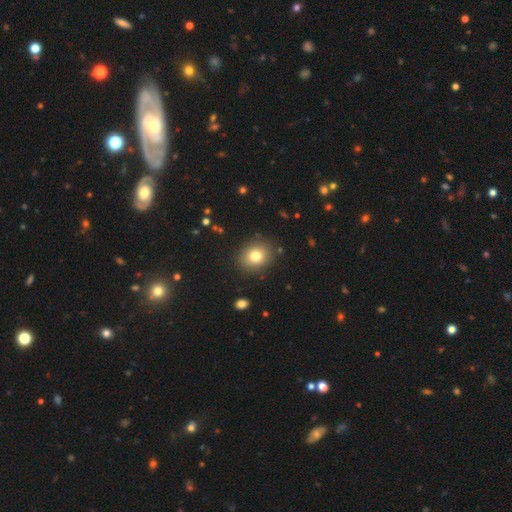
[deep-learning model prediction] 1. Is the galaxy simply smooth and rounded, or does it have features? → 78% smooth, 11% star or artifact, 10% featured or disk.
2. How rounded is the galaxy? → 63% round, 36% in between, 1% cigar-shaped.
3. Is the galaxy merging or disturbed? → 87% none, 8% minor disturbance, 3% major disturbance, 2% merger.